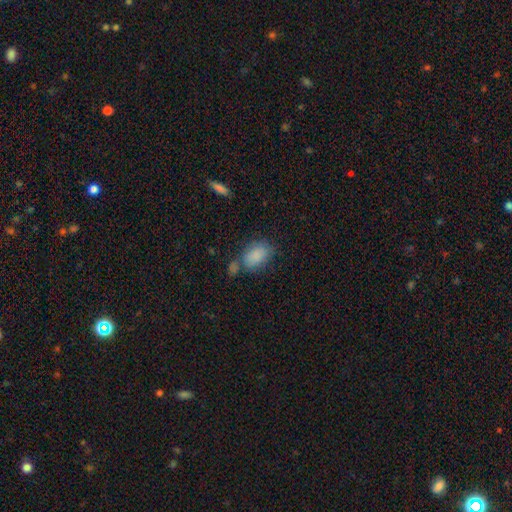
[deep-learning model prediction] The model was most divided on "merging": none: 56%, minor disturbance: 20%, merger: 16%, major disturbance: 8%. More confident: how rounded — in between (89%); smooth or featured — smooth (86%).